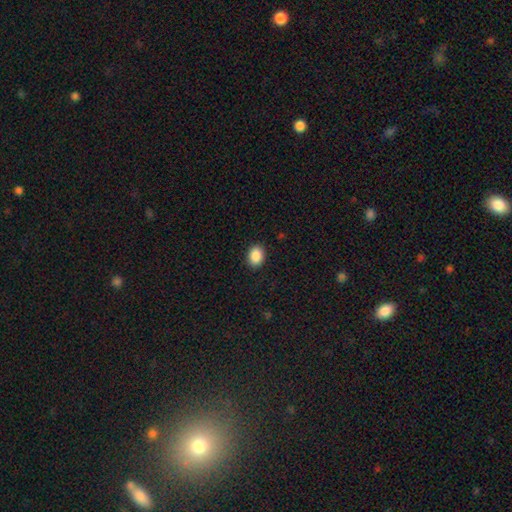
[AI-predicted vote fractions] Overall: smooth (89%). How rounded: in between (65%; round 34%). Merging: none (90%).